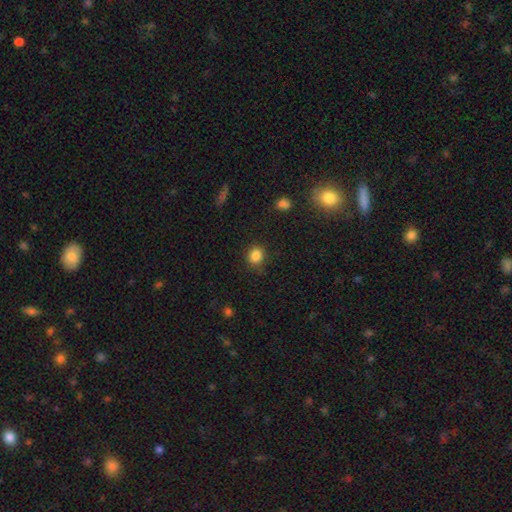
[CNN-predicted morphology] smooth-or-featured: smooth: 84% | star or artifact: 11% | featured or disk: 4%
  how-rounded: round: 76% | in between: 23% | cigar-shaped: 1%
  merging: none: 83% | minor disturbance: 13% | major disturbance: 3% | merger: 1%